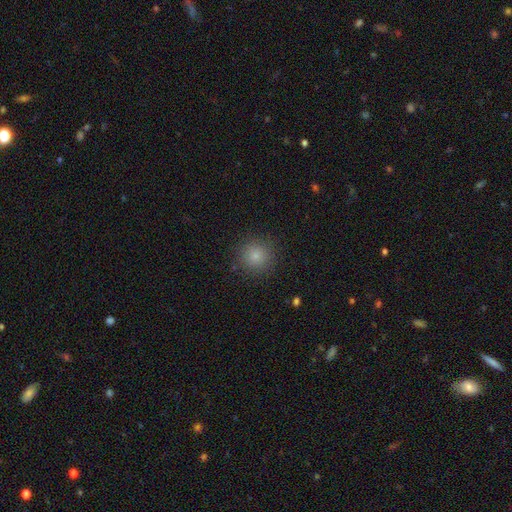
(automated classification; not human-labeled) Smooth or featured? smooth (82%)
How rounded? round (94%)
Merging? none (89%)